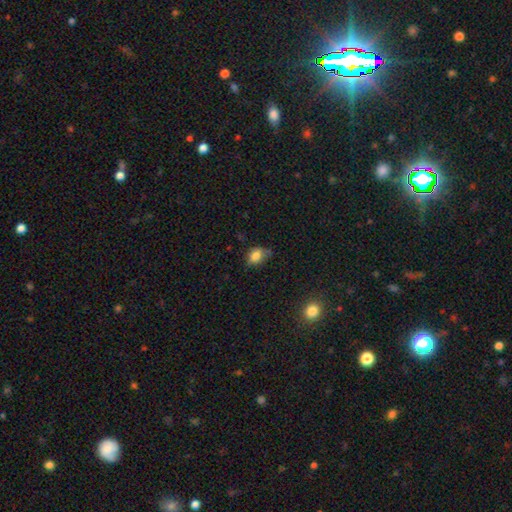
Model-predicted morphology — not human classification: smooth-or-featured: smooth: 81% | star or artifact: 10% | featured or disk: 9%
  how-rounded: in between: 62% | round: 37% | cigar-shaped: 1%
  merging: none: 52% | minor disturbance: 36% | major disturbance: 9% | merger: 4%